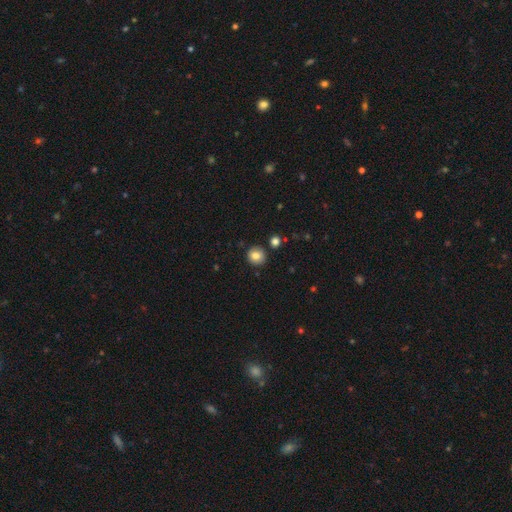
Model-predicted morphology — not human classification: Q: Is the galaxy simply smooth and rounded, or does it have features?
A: smooth — 81%.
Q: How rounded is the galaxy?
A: round — 91%.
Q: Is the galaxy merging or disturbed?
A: none — 88%.